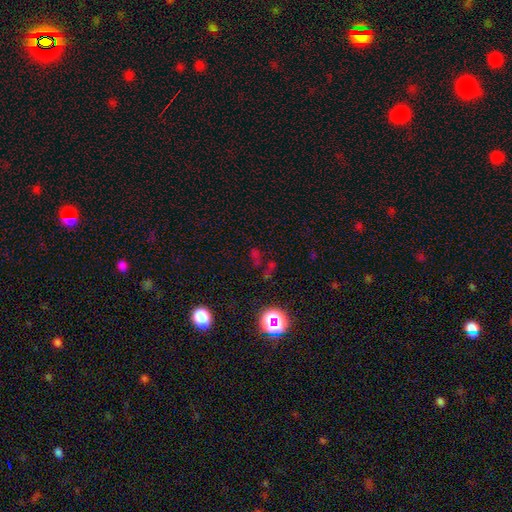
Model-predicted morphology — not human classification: Smooth or featured? star or artifact (59%)